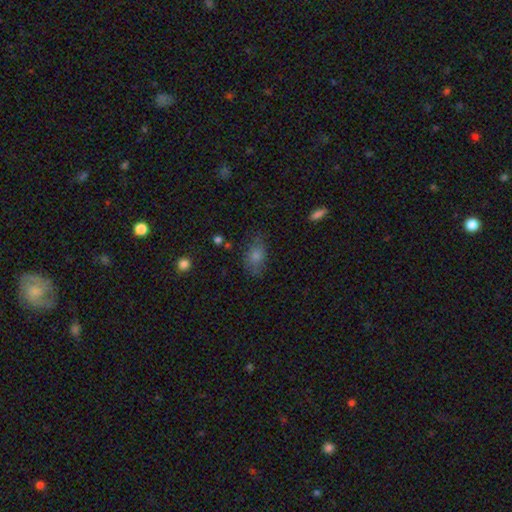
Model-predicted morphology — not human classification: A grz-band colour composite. It shows a smooth galaxy with no disk features (64%) that is in between round and cigar-shaped (77%). Merging: none (71%).